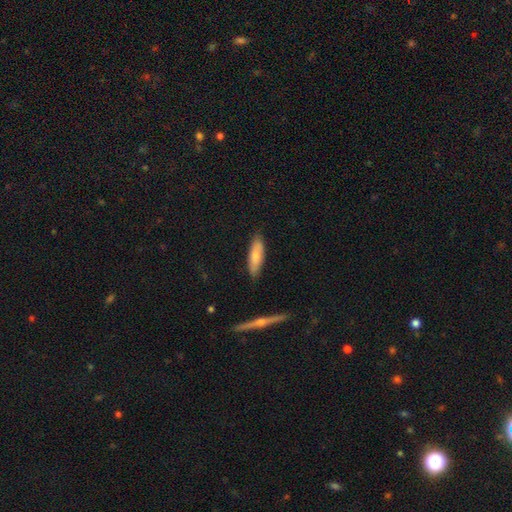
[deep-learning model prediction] Smooth or featured? smooth (73%)
How rounded? cigar-shaped (50%)
Merging? none (83%)